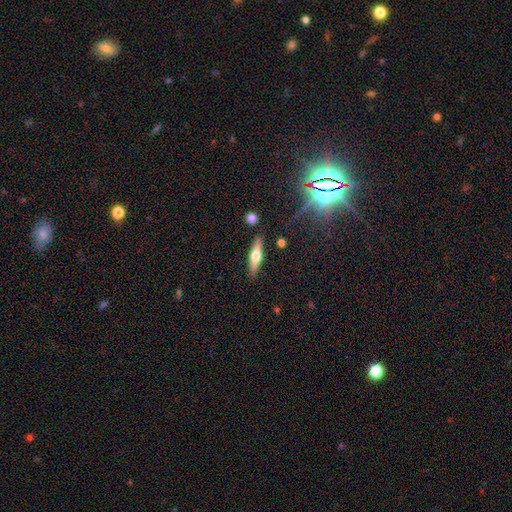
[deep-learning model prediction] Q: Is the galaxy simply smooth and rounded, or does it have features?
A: featured or disk — 52%.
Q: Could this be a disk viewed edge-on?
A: yes — 94%.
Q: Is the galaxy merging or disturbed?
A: none — 88%.